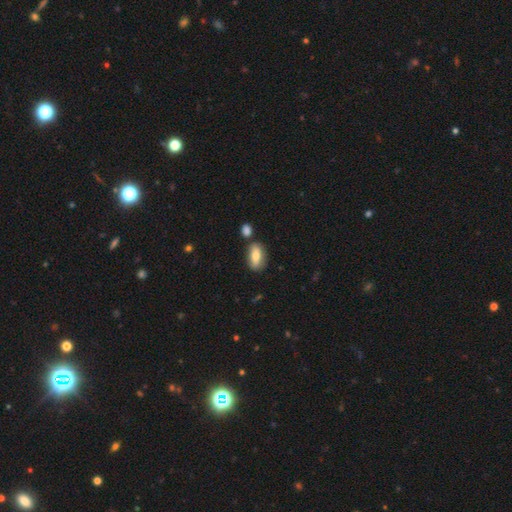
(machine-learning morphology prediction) This appears to be a smooth galaxy with no disk features (77%) that is in between round and cigar-shaped (85%). Merging: none (69%).